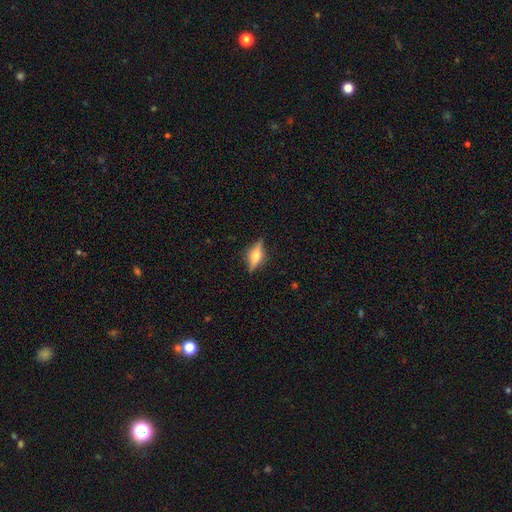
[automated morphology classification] Overall: featured or disk (61%; smooth 31%). Edge-on disk: yes (93%). Edge-on bulge: rounded (88%). Merging: none (83%).